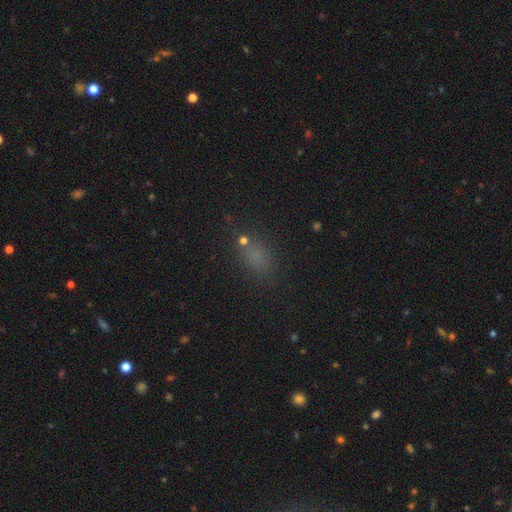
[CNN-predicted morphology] Q: Smooth or featured?
A: smooth (68%); runner-up: star or artifact (25%)
Q: How rounded?
A: in between (71%); runner-up: round (25%)
Q: Merging?
A: none (72%); runner-up: minor disturbance (15%)